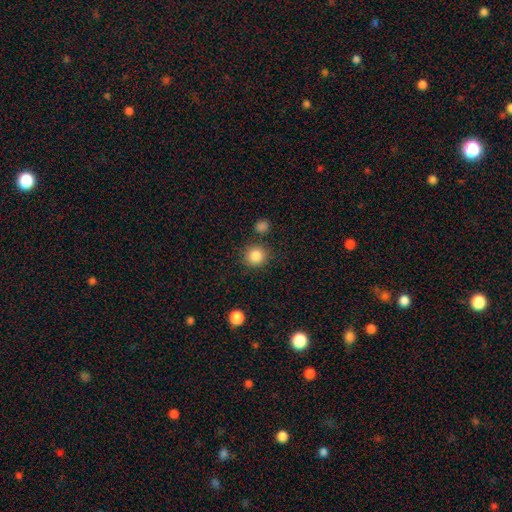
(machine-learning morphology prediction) Smooth or featured: smooth — 86% (star or artifact — 10%)
How rounded: round — 92% (in between — 7%)
Merging: none — 85% (minor disturbance — 8%)